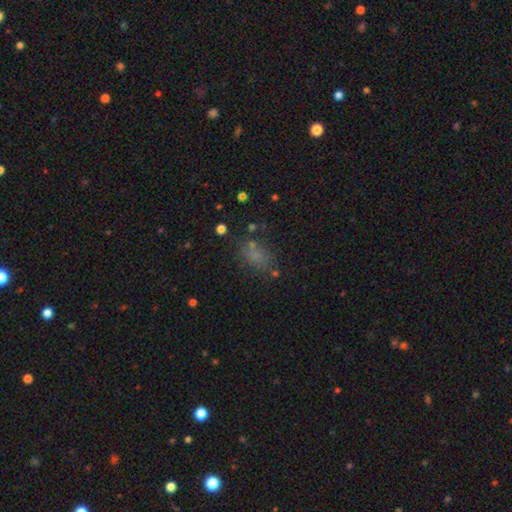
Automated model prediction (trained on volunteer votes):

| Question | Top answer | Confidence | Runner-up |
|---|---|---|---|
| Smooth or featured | smooth | 68% | star or artifact (21%) |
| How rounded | in between | 82% | round (14%) |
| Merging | none | 66% | minor disturbance (17%) |